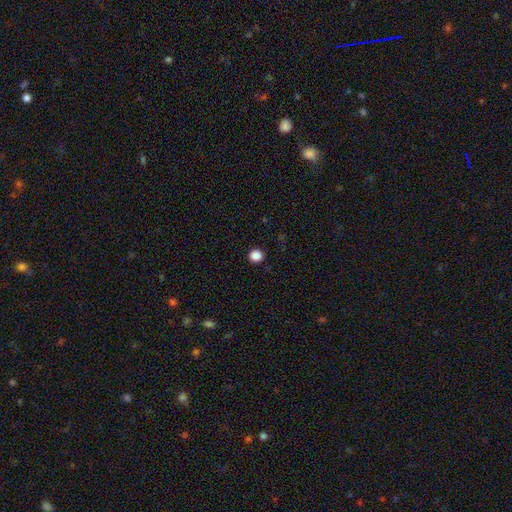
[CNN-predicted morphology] smooth_or_featured: smooth (p=0.86) [alt: star or artifact p=0.11]
how_rounded: round (p=0.92) [alt: in between p=0.07]
merging: none (p=0.93) [alt: minor disturbance p=0.05]